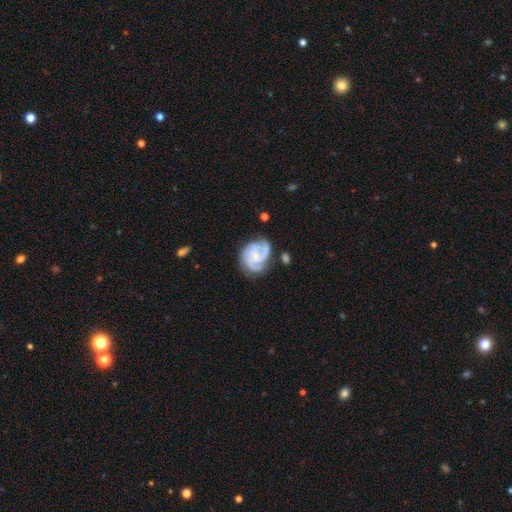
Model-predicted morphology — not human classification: This is clearly a featured or disk galaxy (86%). It is clearly not viewed edge-on (98%). Bar: likely no (65%). Spiral arm pattern: clearly yes (97%). Spiral arm count: possibly 3 (55%). Spiral winding: possibly tight (47%). Central bulge: likely small (68%). Merging: likely none (63%).